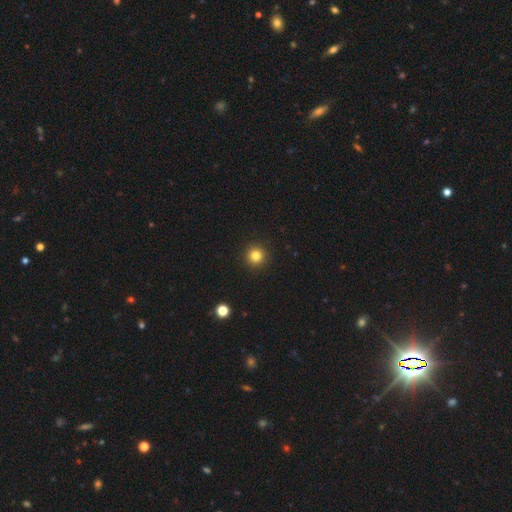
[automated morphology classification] Smooth or featured? smooth (82%)
How rounded? round (96%)
Merging? none (93%)